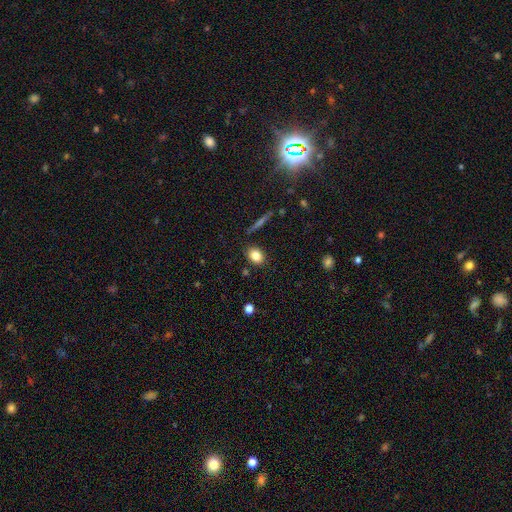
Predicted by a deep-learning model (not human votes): The model was most divided on "how rounded": in between: 62%, round: 35%, cigar-shaped: 3%. More confident: merging — none (85%); smooth or featured — smooth (82%).